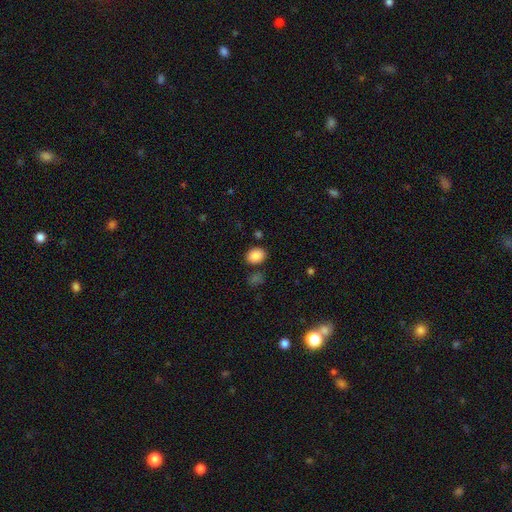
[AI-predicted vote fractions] Smooth or featured: smooth — 87% (star or artifact — 9%)
How rounded: in between — 58% (round — 41%)
Merging: none — 80% (minor disturbance — 11%)